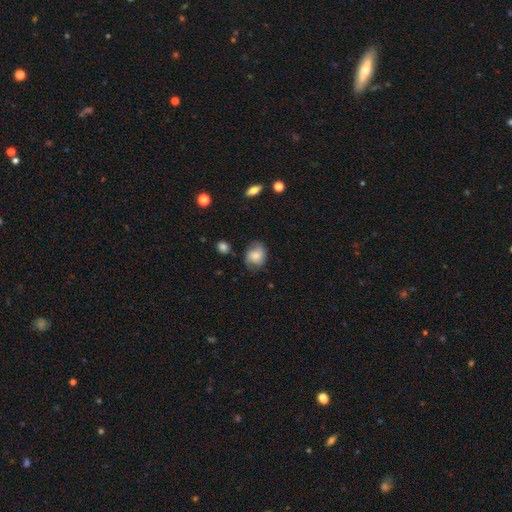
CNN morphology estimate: This is likely a smooth galaxy (62%). How rounded: possibly round (57%). Merging: likely none (63%).